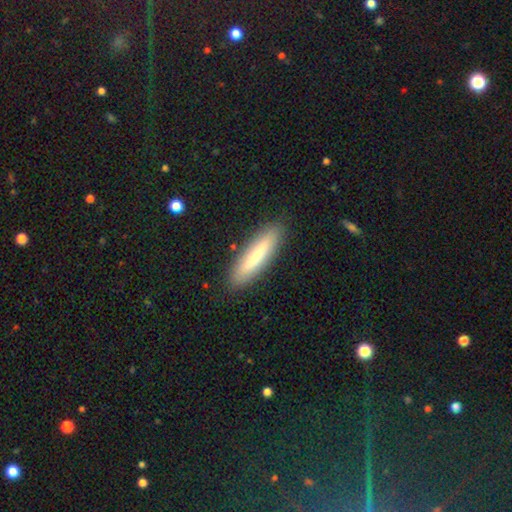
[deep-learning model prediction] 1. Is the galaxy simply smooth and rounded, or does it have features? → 71% smooth, 24% featured or disk, 6% star or artifact.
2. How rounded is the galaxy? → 79% cigar-shaped, 19% in between, 1% round.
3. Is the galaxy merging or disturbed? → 89% none, 8% minor disturbance, 2% major disturbance, 1% merger.